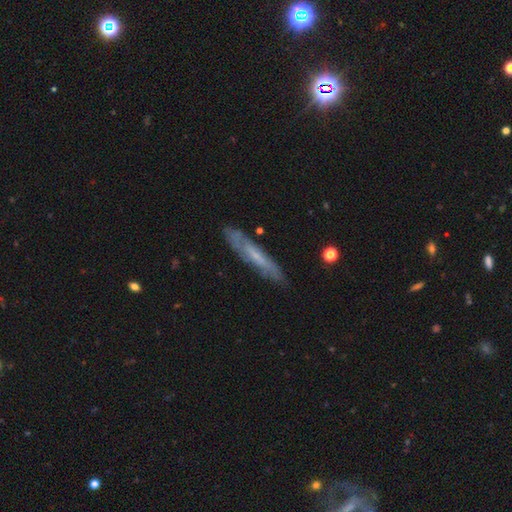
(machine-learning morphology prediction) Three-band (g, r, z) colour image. It shows a featured or disk galaxy (59%) viewed edge-on (59%). Merging: none (80%).